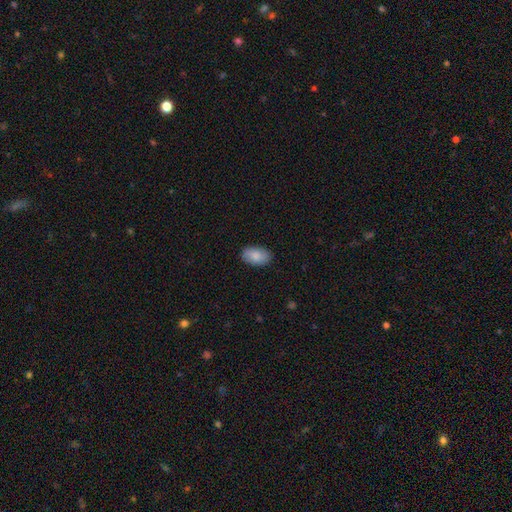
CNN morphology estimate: A smooth galaxy with no disk features (85%) that is in between round and cigar-shaped (93%). Merging: none (87%).